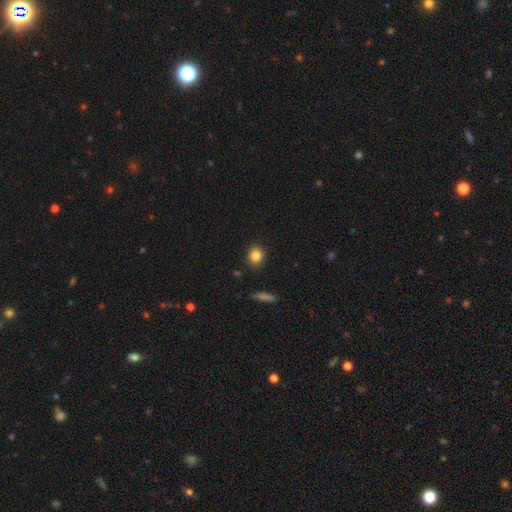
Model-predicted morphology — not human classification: Smooth or featured?
  - smooth: 84% *
  - star or artifact: 10%
  - featured or disk: 6%
How rounded?
  - round: 70% *
  - in between: 29%
  - cigar-shaped: 2%
Merging?
  - none: 89% *
  - minor disturbance: 7%
  - major disturbance: 2%
  - merger: 2%